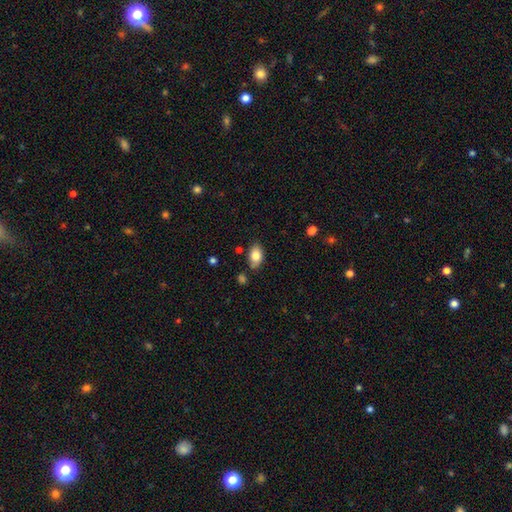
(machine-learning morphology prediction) Smooth or featured?
  - smooth: 82% *
  - featured or disk: 10%
  - star or artifact: 8%
How rounded?
  - in between: 89% *
  - round: 9%
  - cigar-shaped: 2%
Merging?
  - none: 76% *
  - minor disturbance: 17%
  - merger: 4%
  - major disturbance: 3%